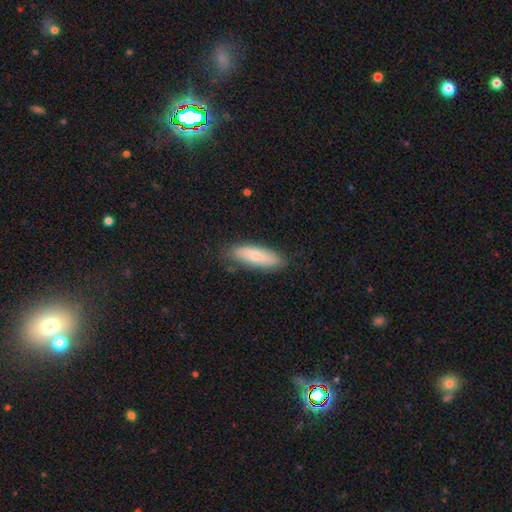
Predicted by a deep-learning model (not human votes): A smooth galaxy with no disk features (75%) that is in between round and cigar-shaped (50%).

Vote fractions:
- Smooth or featured? smooth: 75% / featured or disk: 18% / star or artifact: 6%
- How rounded? in between: 50% / cigar-shaped: 48% / round: 2%
- Merging? none: 80% / minor disturbance: 16% / major disturbance: 3% / merger: 1%